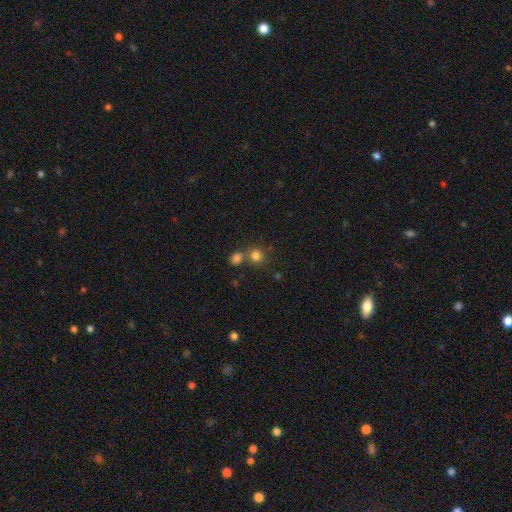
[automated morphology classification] Smooth or featured? Predicted: smooth (p=0.78). How rounded? Predicted: round (p=0.86). Merging? Predicted: none (p=0.57).